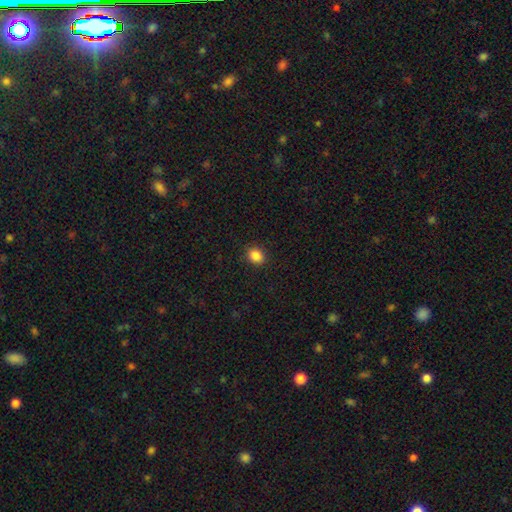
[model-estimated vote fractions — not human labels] Overall: smooth (87%). How rounded: round (51%; in between 48%). Merging: none (89%).